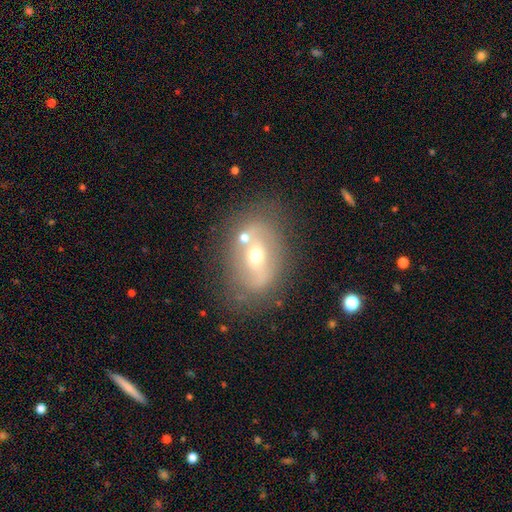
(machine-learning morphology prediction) Smooth or featured: featured or disk — 56% (smooth — 33%)
Edge-on disk: no — 92% (yes — 8%)
Bar: no — 48% (weak — 31%)
Spiral arms: no — 61% (yes — 39%)
Bulge size: moderate — 56% (small — 38%)
Merging: none — 68% (minor disturbance — 16%)